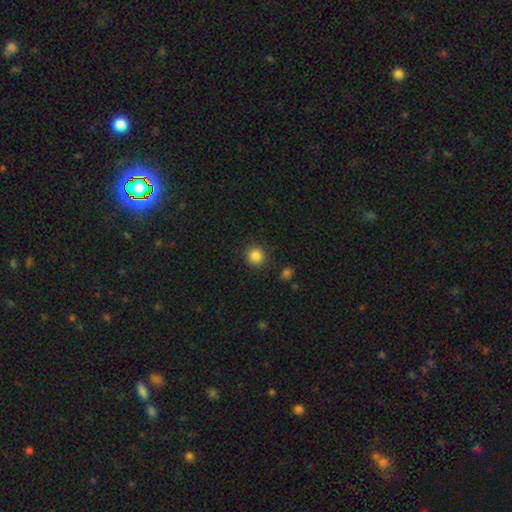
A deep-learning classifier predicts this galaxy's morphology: Smooth or featured: smooth — 84% (star or artifact — 11%)
How rounded: round — 93% (in between — 6%)
Merging: none — 90% (minor disturbance — 7%)